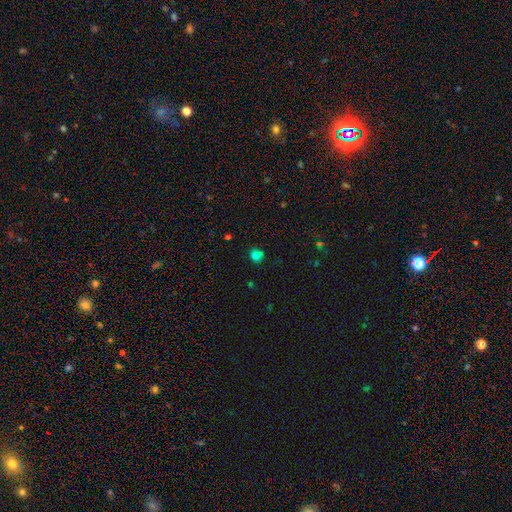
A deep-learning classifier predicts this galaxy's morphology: Q: Smooth or featured?
A: smooth (78%); runner-up: star or artifact (16%)
Q: How rounded?
A: round (84%); runner-up: in between (15%)
Q: Merging?
A: none (74%); runner-up: minor disturbance (18%)